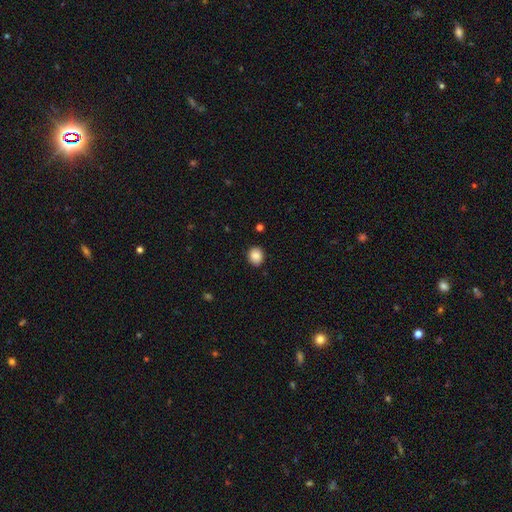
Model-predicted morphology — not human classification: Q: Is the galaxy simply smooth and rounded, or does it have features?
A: smooth — 86%.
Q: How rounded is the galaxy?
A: round — 67%.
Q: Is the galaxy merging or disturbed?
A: none — 88%.